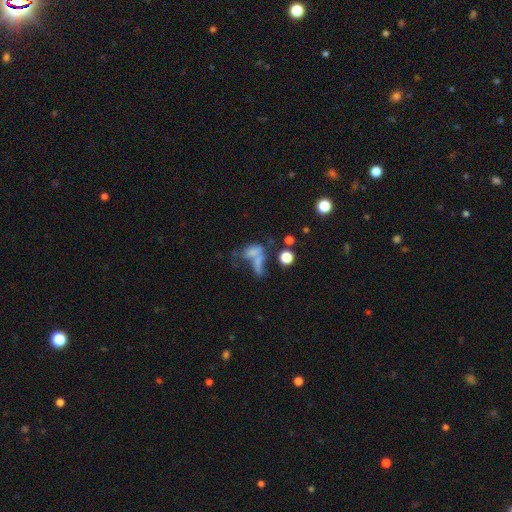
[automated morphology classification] This appears to be a smooth galaxy with no disk features (51%) that is in between round and cigar-shaped (70%). Merging: merger (41%).